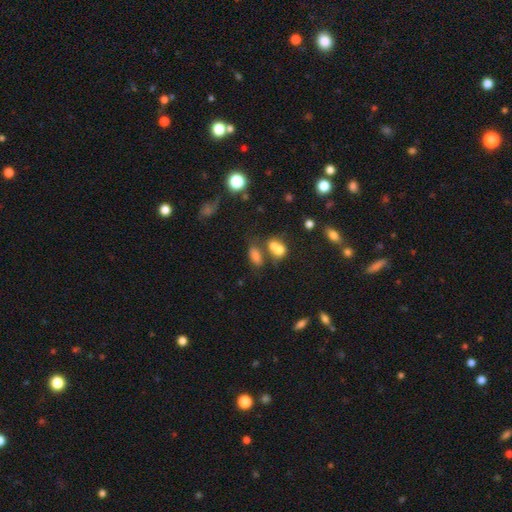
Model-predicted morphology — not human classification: smooth-or-featured: smooth: 75% | star or artifact: 13% | featured or disk: 12%
  how-rounded: in between: 83% | round: 10% | cigar-shaped: 7%
  merging: none: 43% | merger: 37% | minor disturbance: 13% | major disturbance: 7%